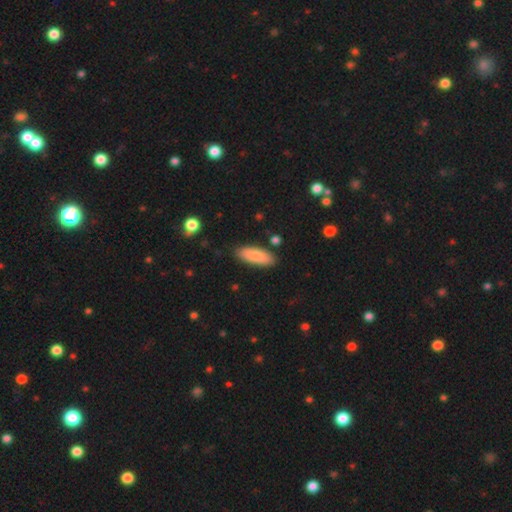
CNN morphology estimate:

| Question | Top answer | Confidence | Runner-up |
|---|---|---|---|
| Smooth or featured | smooth | 86% | featured or disk (8%) |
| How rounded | in between | 66% | cigar-shaped (32%) |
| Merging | none | 85% | minor disturbance (11%) |